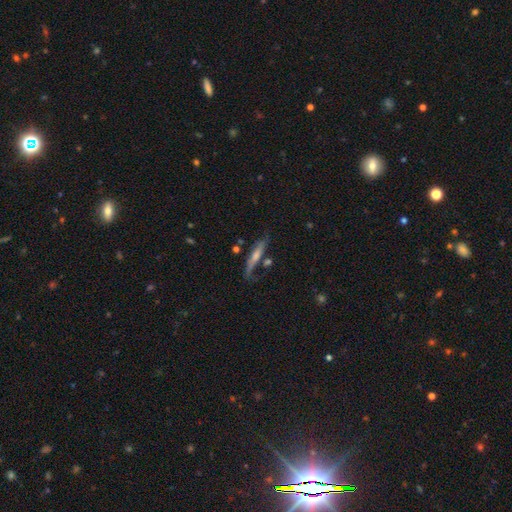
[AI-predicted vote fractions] Morphology: type=featured or disk (57%); edge-on=yes (82%); merging=none (61%).